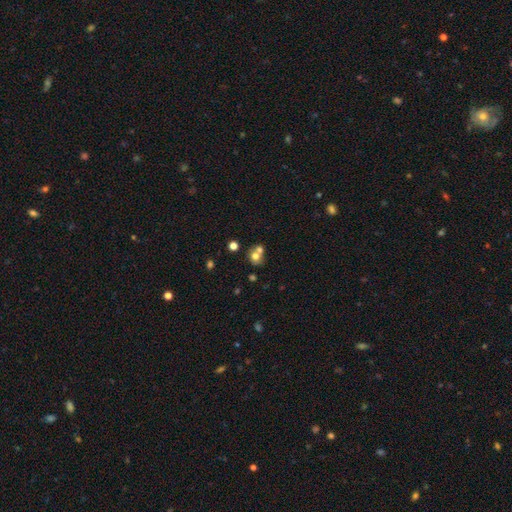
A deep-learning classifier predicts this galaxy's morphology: smooth_or_featured: smooth (p=0.68) [alt: featured or disk p=0.19]
how_rounded: round (p=0.72) [alt: in between p=0.27]
merging: merger (p=0.52) [alt: none p=0.37]